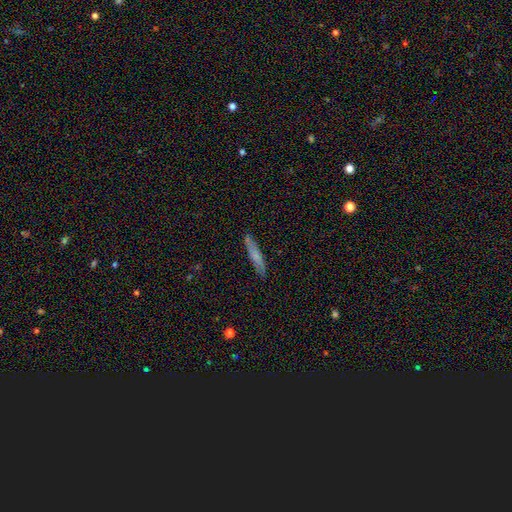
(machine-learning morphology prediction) The model was most divided on "smooth or featured": smooth: 69%, featured or disk: 25%, star or artifact: 6%. More confident: how rounded — cigar-shaped (91%); merging — none (83%).